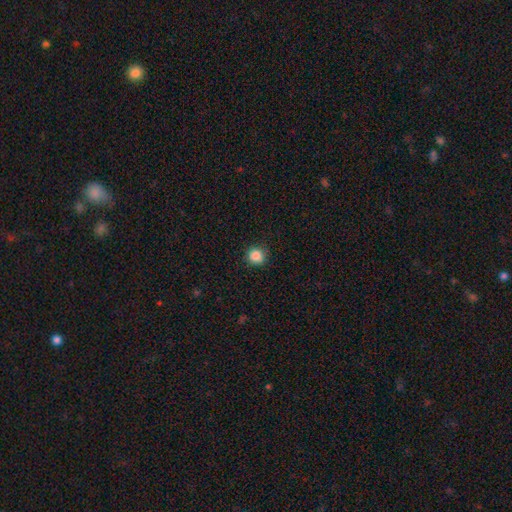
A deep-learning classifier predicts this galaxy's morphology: A smooth galaxy with no disk features (86%) that is round (91%). Merging: none (88%).